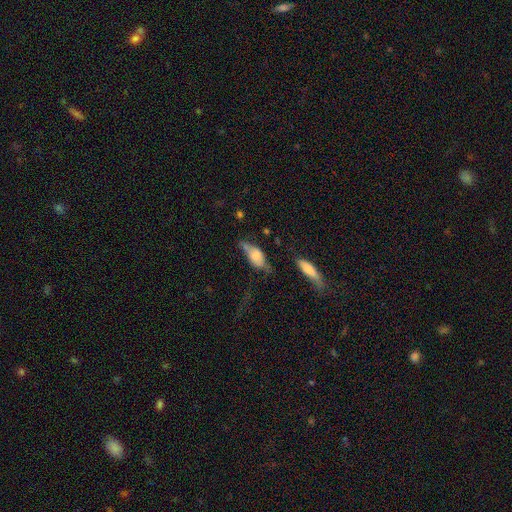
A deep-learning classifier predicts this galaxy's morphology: smooth 62%, featured or disk 30%, star or artifact 8%. Down the decision tree: how rounded — in between (84%); merging — minor disturbance (33%).